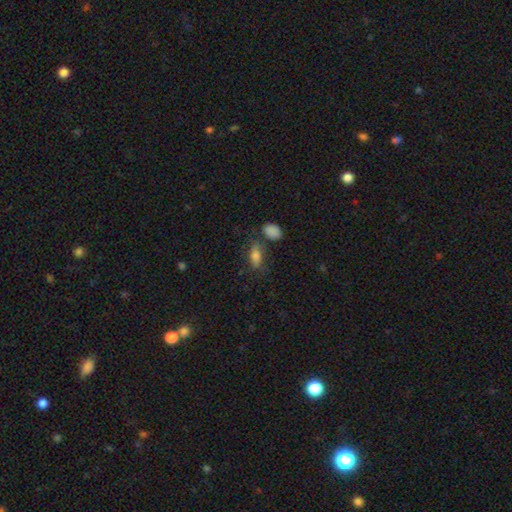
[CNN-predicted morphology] Q: Smooth or featured?
A: smooth (73%); runner-up: featured or disk (17%)
Q: How rounded?
A: in between (78%); runner-up: cigar-shaped (16%)
Q: Merging?
A: none (64%); runner-up: minor disturbance (19%)